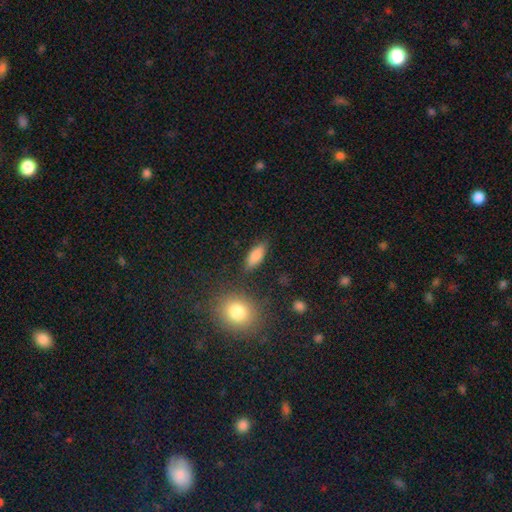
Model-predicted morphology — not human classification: Smooth or featured? smooth (84%)
How rounded? in between (74%)
Merging? none (82%)